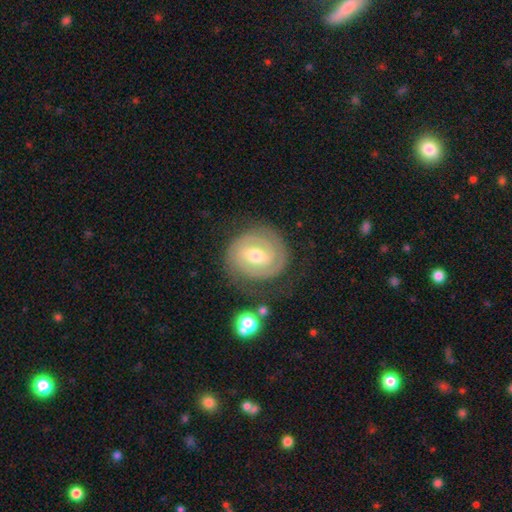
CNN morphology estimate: Q: Smooth or featured?
A: featured or disk (79%); runner-up: smooth (14%)
Q: Edge-on disk?
A: no (97%); runner-up: yes (3%)
Q: Bar?
A: weak (49%); runner-up: strong (29%)
Q: Spiral arms?
A: yes (89%); runner-up: no (11%)
Q: Spiral winding?
A: tight (71%); runner-up: medium (23%)
Q: Spiral arm count?
A: 2 (73%); runner-up: can't tell (15%)
Q: Bulge size?
A: moderate (70%); runner-up: small (23%)
Q: Merging?
A: none (79%); runner-up: minor disturbance (13%)